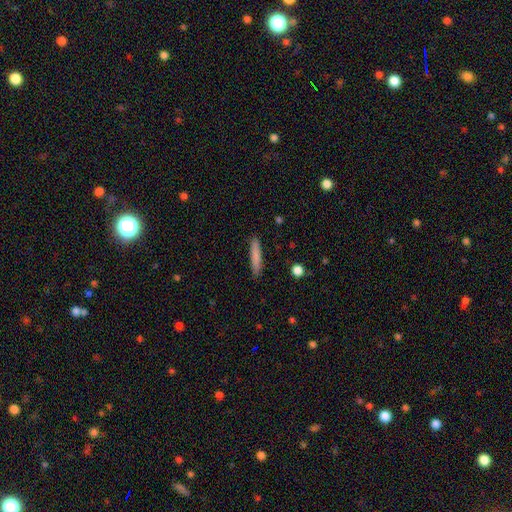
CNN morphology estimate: Smooth or featured? Predicted: smooth (p=0.82). How rounded? Predicted: cigar-shaped (p=0.90). Merging? Predicted: none (p=0.88).